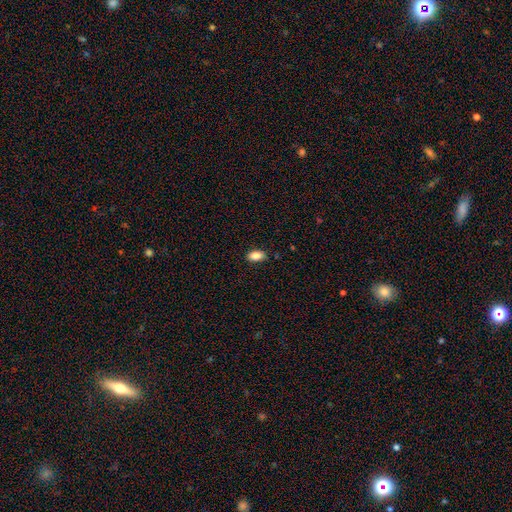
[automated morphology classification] Smooth or featured? smooth (86%)
How rounded? in between (91%)
Merging? none (85%)